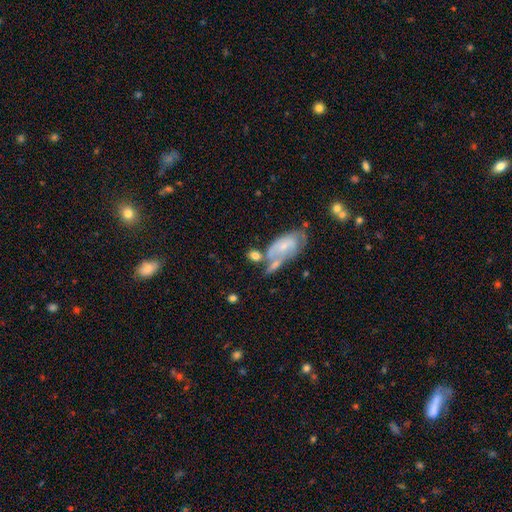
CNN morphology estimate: type=smooth (67%); roundness=in between (61%); merging=none (39%).